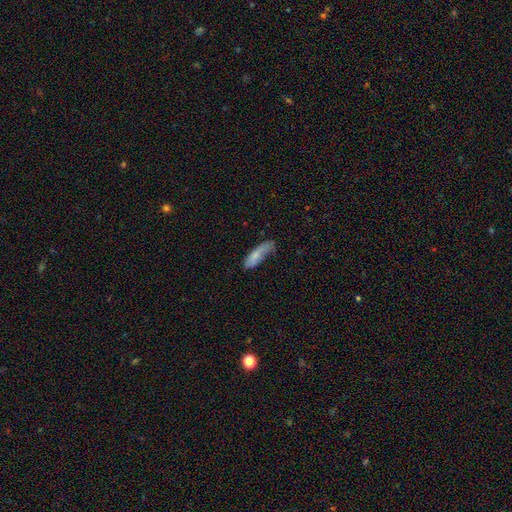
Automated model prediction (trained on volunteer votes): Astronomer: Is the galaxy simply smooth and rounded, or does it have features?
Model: smooth — 76%.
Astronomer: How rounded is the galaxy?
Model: cigar-shaped — 52% (runner-up: in between, 46%).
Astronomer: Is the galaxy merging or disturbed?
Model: none — 48% (runner-up: minor disturbance, 36%).